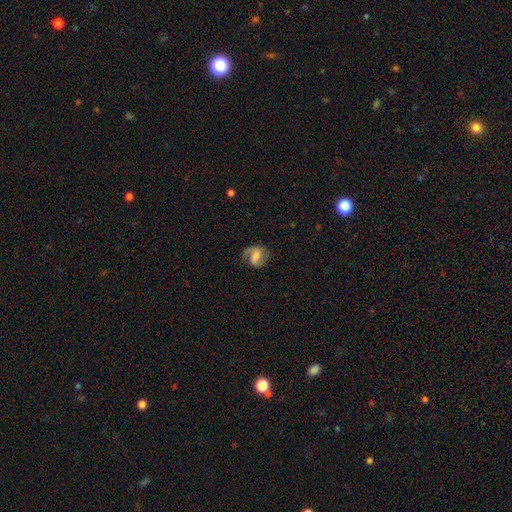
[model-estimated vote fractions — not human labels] Q: Smooth or featured?
A: featured or disk (72%); runner-up: smooth (21%)
Q: Edge-on disk?
A: no (98%); runner-up: yes (2%)
Q: Bar?
A: weak (47%); runner-up: strong (30%)
Q: Spiral arms?
A: yes (94%); runner-up: no (6%)
Q: Spiral winding?
A: medium (48%); runner-up: loose (31%)
Q: Spiral arm count?
A: 2 (76%); runner-up: 1 (17%)
Q: Bulge size?
A: moderate (32%); runner-up: small (26%)
Q: Merging?
A: none (69%); runner-up: minor disturbance (18%)